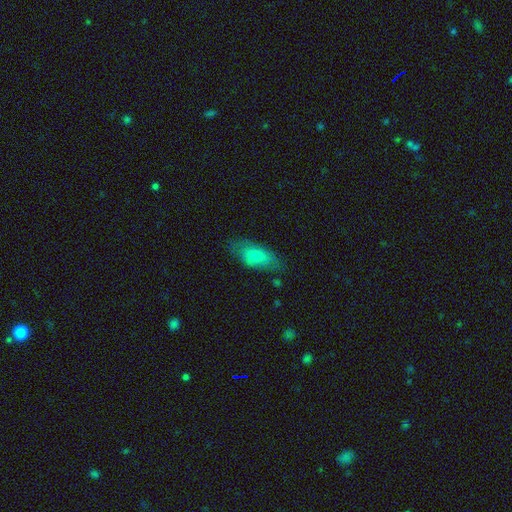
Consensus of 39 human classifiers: This appears to be a smooth galaxy with no disk features (72%) that is in between round and cigar-shaped (89%). Merging: none (71%).